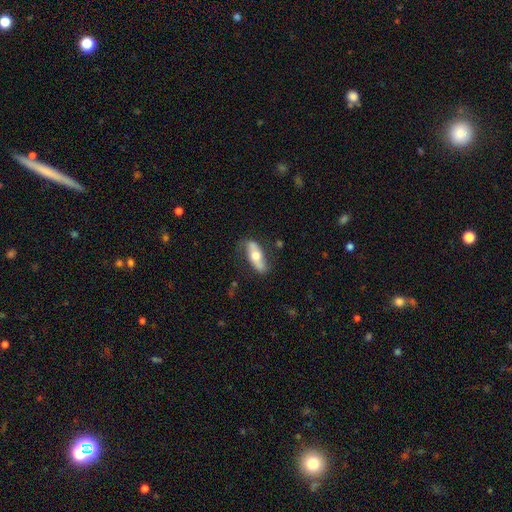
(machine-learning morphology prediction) A featured or disk galaxy (49%). Merging: none (73%).